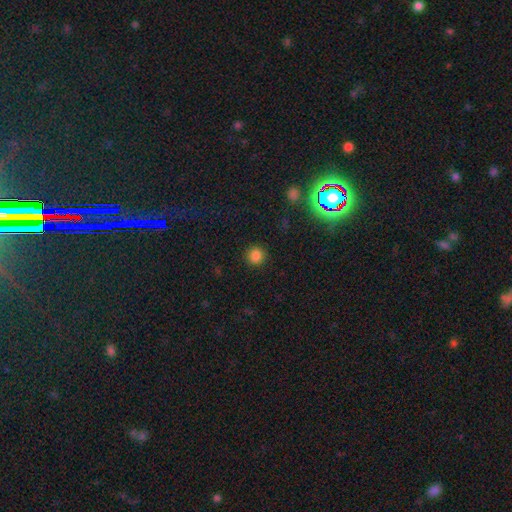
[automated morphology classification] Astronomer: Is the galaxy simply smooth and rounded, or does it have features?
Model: smooth — 83%.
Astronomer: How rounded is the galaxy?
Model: round — 93%.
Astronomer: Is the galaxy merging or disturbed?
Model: none — 91%.